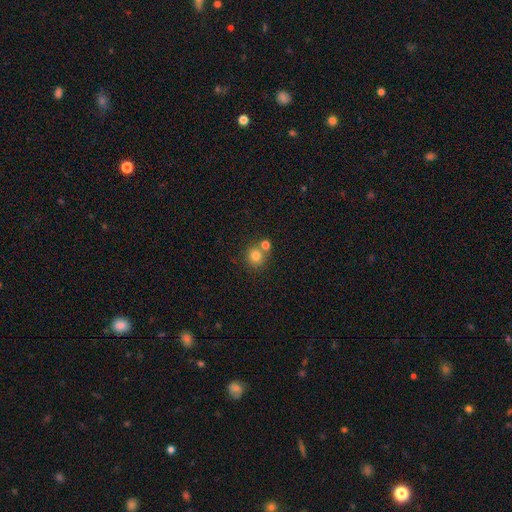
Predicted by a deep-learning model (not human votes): This is clearly a smooth galaxy (80%). How rounded: clearly round (89%). Merging: likely none (60%).